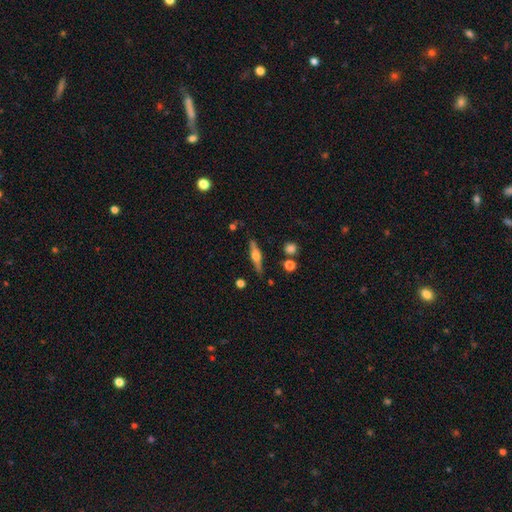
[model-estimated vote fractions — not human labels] Morphology: type=featured or disk (65%); edge-on=yes (96%); edge-on bulge=rounded (91%); merging=none (83%).